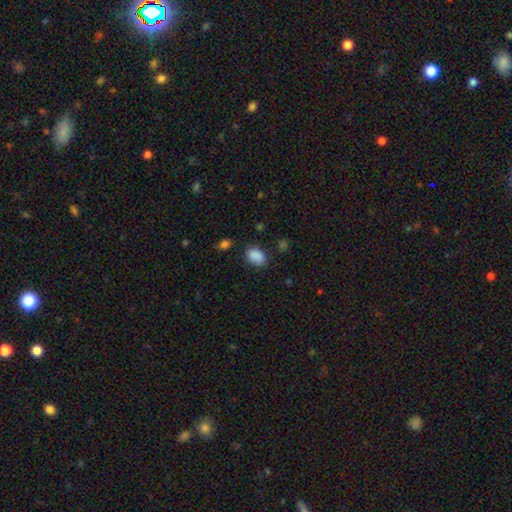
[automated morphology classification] smooth 87%, star or artifact 10%, featured or disk 4%. Down the decision tree: how rounded — in between (73%); merging — none (75%).